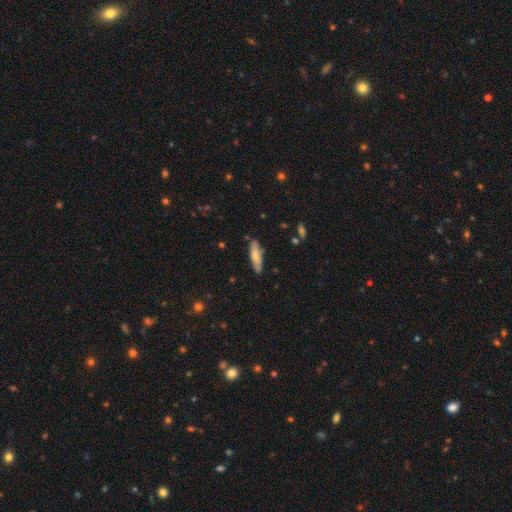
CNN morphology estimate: smooth 72%, featured or disk 22%, star or artifact 6%. Down the decision tree: how rounded — cigar-shaped (71%); merging — none (82%).